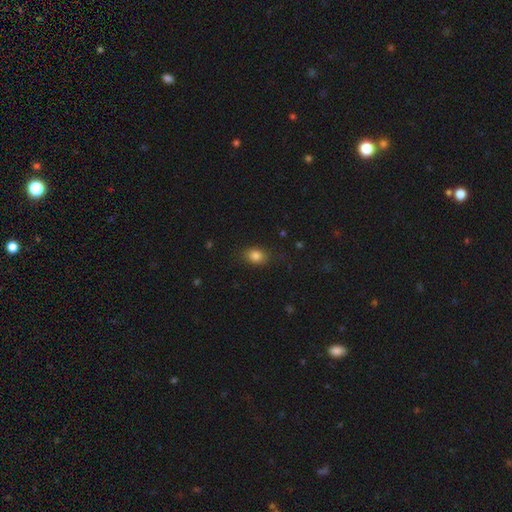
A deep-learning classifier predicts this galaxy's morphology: smooth_or_featured: smooth (p=0.84) [alt: star or artifact p=0.10]
how_rounded: in between (p=0.68) [alt: round p=0.31]
merging: none (p=0.83) [alt: minor disturbance p=0.12]